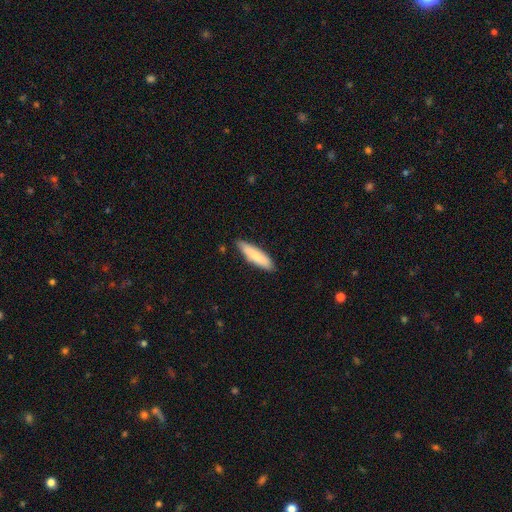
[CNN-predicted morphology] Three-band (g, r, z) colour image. It shows a smooth galaxy with no disk features (75%) that is cigar-shaped (74%). Merging: none (84%).